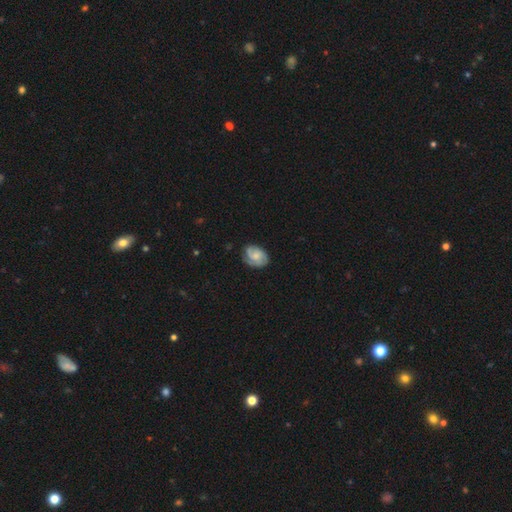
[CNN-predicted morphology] Q: Smooth or featured?
A: featured or disk (64%); runner-up: smooth (29%)
Q: Edge-on disk?
A: no (97%); runner-up: yes (3%)
Q: Bar?
A: no (70%); runner-up: weak (27%)
Q: Spiral arms?
A: yes (93%); runner-up: no (7%)
Q: Spiral winding?
A: tight (51%); runner-up: medium (37%)
Q: Spiral arm count?
A: 2 (37%); runner-up: 3 (28%)
Q: Bulge size?
A: small (50%); runner-up: moderate (36%)
Q: Merging?
A: none (70%); runner-up: minor disturbance (22%)